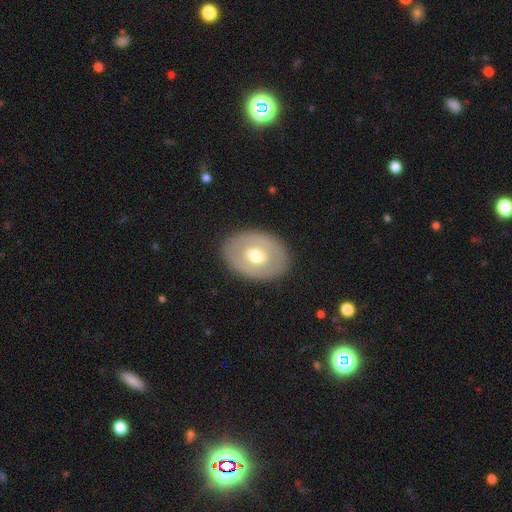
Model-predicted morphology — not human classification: type=smooth (50%); merging=none (86%).